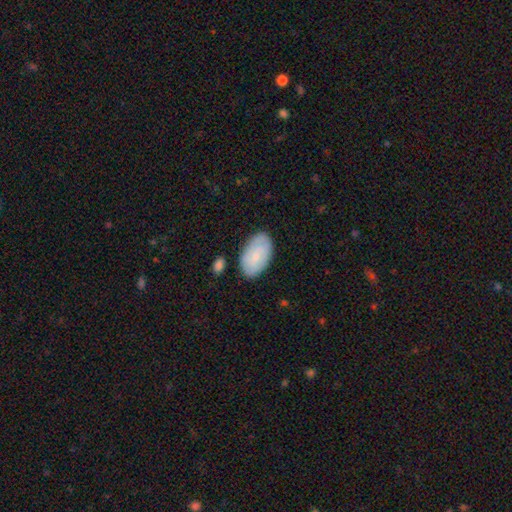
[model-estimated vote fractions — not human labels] The model was most divided on "smooth or featured": smooth: 60%, featured or disk: 34%, star or artifact: 7%. More confident: how rounded — in between (94%); merging — none (82%).